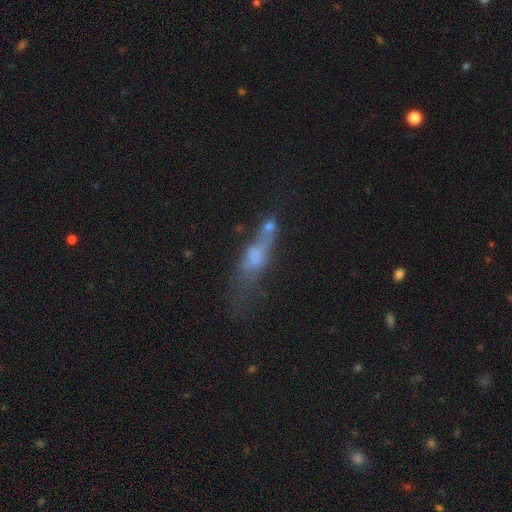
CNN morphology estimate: Q: Smooth or featured?
A: smooth (44%); runner-up: featured or disk (39%)
Q: Merging?
A: merger (30%); runner-up: major disturbance (29%)